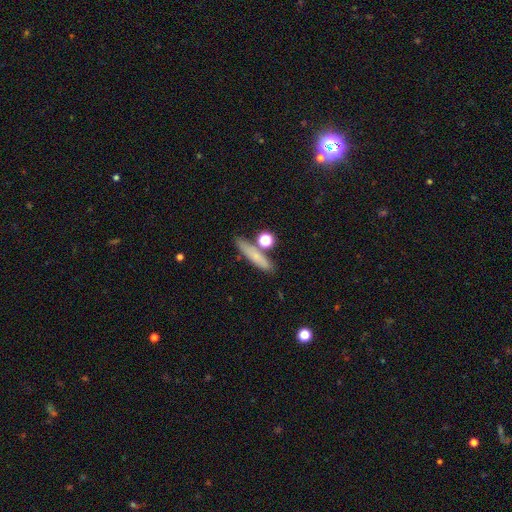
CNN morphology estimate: A smooth galaxy with no disk features (67%) that is cigar-shaped (76%).

Vote fractions:
- Smooth or featured? smooth: 67% / featured or disk: 24% / star or artifact: 10%
- How rounded? cigar-shaped: 76% / in between: 17% / round: 7%
- Merging? none: 71% / minor disturbance: 14% / merger: 11% / major disturbance: 4%